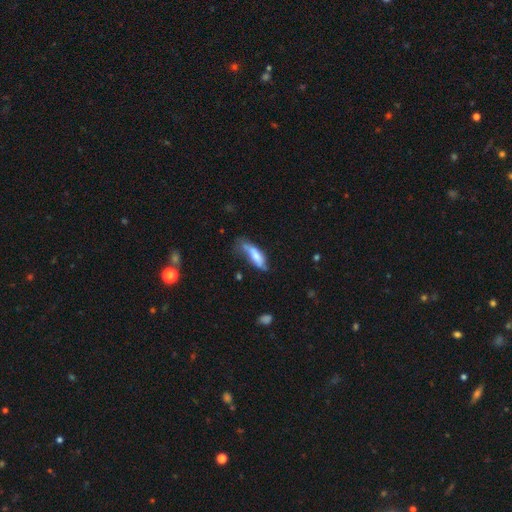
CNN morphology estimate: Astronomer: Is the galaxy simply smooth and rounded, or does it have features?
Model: smooth — 66%.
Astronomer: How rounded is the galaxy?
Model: in between — 50% (runner-up: cigar-shaped, 48%).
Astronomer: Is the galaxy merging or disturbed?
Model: minor disturbance — 34% (runner-up: none, 32%).